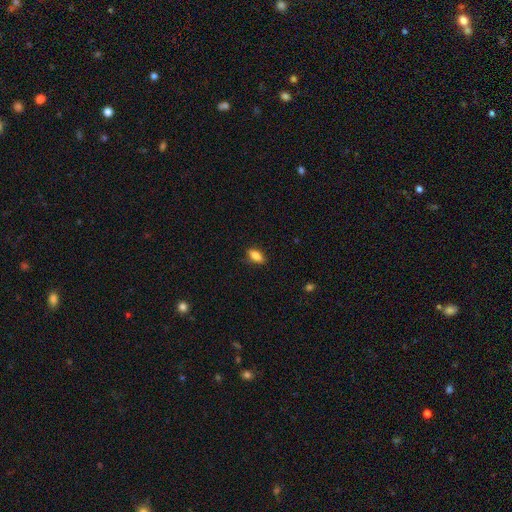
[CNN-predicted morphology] The model was most divided on "merging": none: 83%, minor disturbance: 14%, major disturbance: 3%, merger: 1%. More confident: how rounded — in between (83%); smooth or featured — smooth (82%).